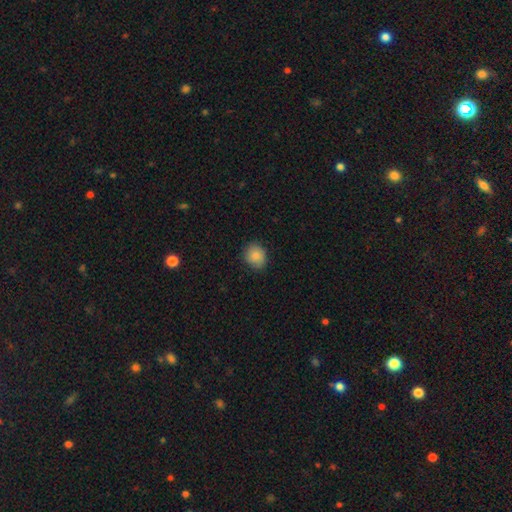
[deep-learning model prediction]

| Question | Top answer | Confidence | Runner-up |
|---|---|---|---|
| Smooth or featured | smooth | 87% | star or artifact (8%) |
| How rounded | round | 63% | in between (36%) |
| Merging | none | 83% | minor disturbance (13%) |